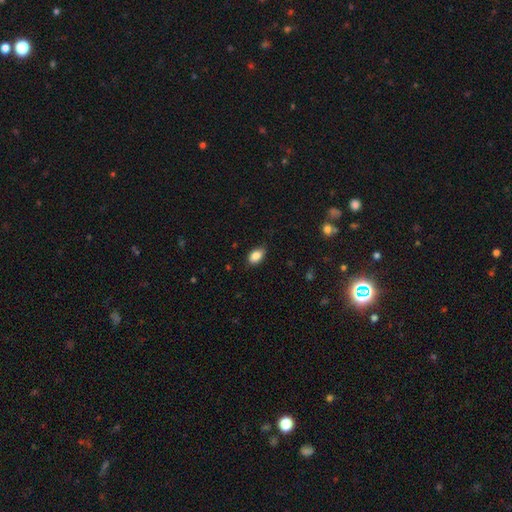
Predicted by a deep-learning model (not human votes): A smooth galaxy with no disk features (87%) that is in between round and cigar-shaped (89%).

Vote fractions:
- Smooth or featured? smooth: 87% / star or artifact: 8% / featured or disk: 5%
- How rounded? in between: 89% / round: 9% / cigar-shaped: 2%
- Merging? none: 82% / minor disturbance: 15% / major disturbance: 3% / merger: 1%